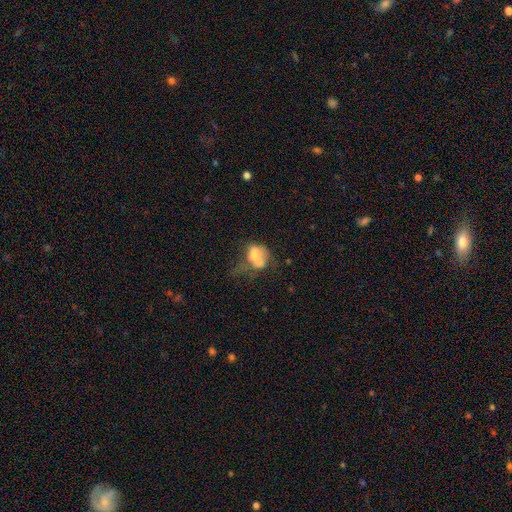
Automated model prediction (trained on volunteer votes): smooth 56%, featured or disk 32%, star or artifact 12%. Down the decision tree: how rounded — in between (72%); merging — major disturbance (37%).